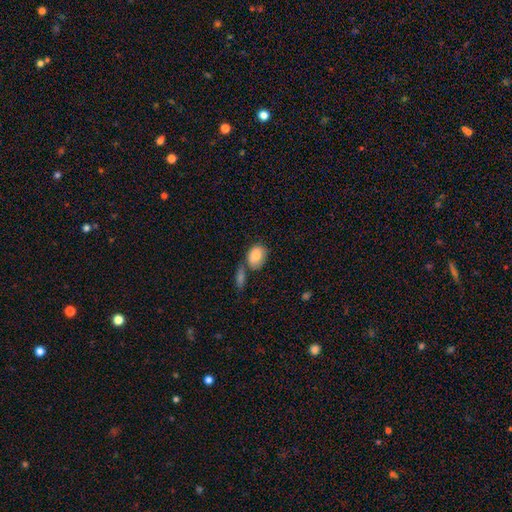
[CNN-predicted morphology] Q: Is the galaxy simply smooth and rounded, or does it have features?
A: smooth — 83%.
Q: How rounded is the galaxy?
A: in between — 69%.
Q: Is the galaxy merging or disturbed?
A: none — 52%.